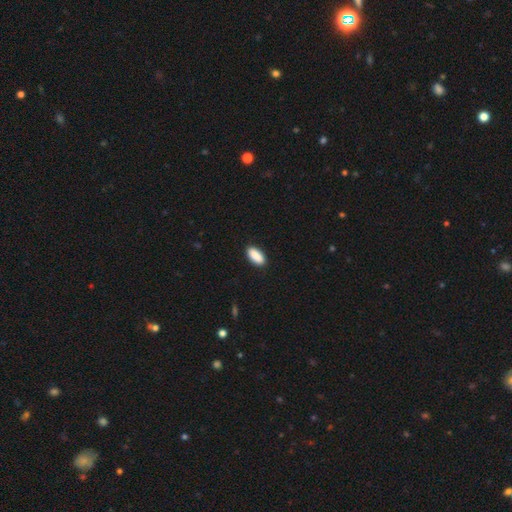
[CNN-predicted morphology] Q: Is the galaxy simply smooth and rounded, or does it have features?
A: smooth — 91%.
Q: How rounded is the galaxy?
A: in between — 88%.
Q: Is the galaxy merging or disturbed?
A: none — 89%.